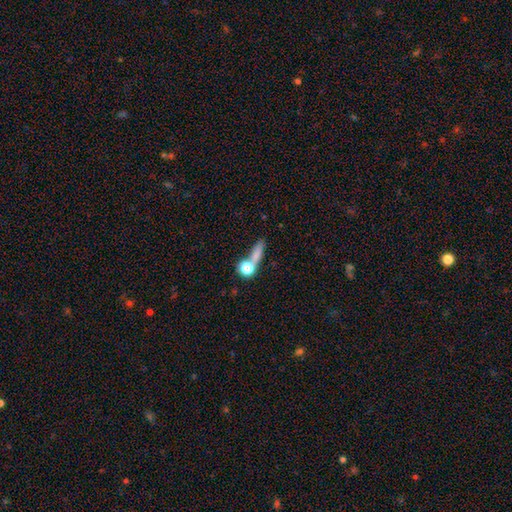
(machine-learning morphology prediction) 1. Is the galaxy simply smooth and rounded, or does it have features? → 68% smooth, 18% featured or disk, 14% star or artifact.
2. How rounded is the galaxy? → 44% cigar-shaped, 33% round, 23% in between.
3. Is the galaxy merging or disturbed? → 46% none, 33% merger, 11% minor disturbance, 10% major disturbance.